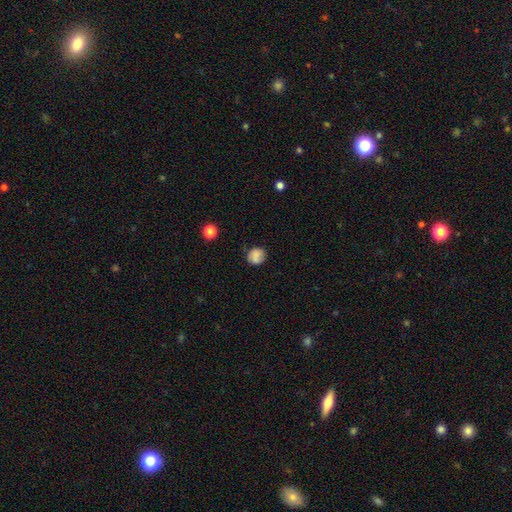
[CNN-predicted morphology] This is likely a smooth galaxy (80%). How rounded: clearly round (81%). Merging: likely none (74%).